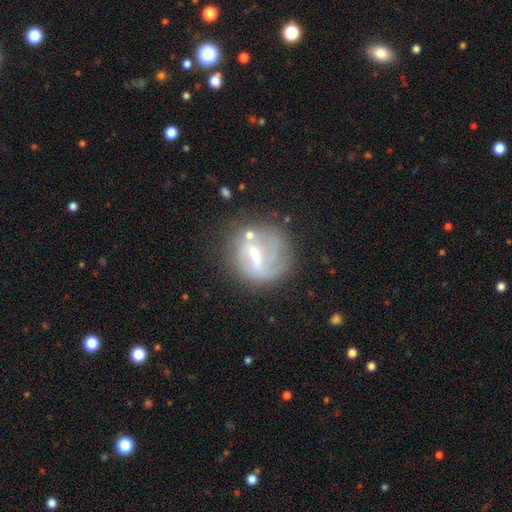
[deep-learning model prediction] This is likely a featured or disk galaxy (60%). It is clearly not viewed edge-on (95%). Bar: marginally strong (44%). Spiral arm pattern: possibly yes (53%). Central bulge: marginally none (33%). Merging: possibly none (51%).